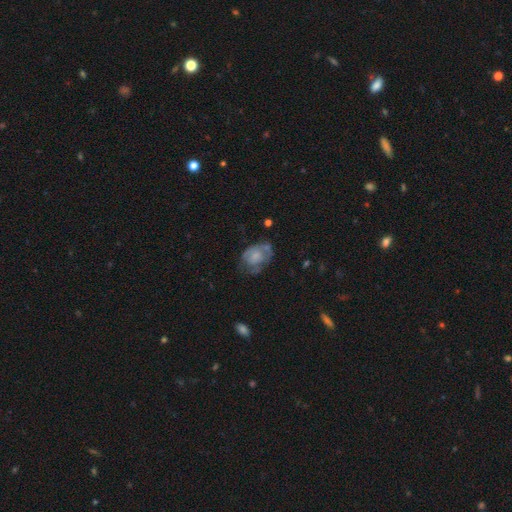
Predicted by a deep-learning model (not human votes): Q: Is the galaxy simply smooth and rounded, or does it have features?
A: featured or disk — 47%.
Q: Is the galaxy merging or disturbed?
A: none — 36%.